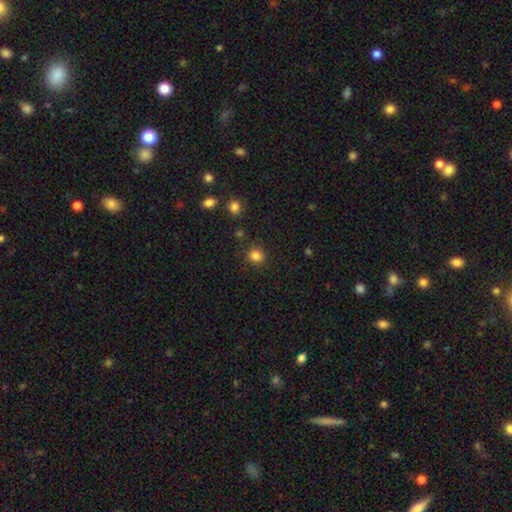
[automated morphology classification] Q: Smooth or featured?
A: smooth (84%); runner-up: star or artifact (12%)
Q: How rounded?
A: round (87%); runner-up: in between (12%)
Q: Merging?
A: none (86%); runner-up: minor disturbance (8%)